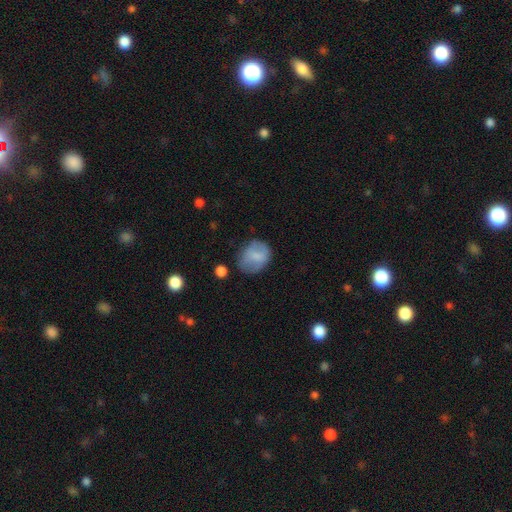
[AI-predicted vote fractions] smooth-or-featured: smooth: 72% | featured or disk: 20% | star or artifact: 8%
  how-rounded: round: 53% | in between: 46% | cigar-shaped: 1%
  merging: none: 65% | minor disturbance: 23% | major disturbance: 9% | merger: 3%